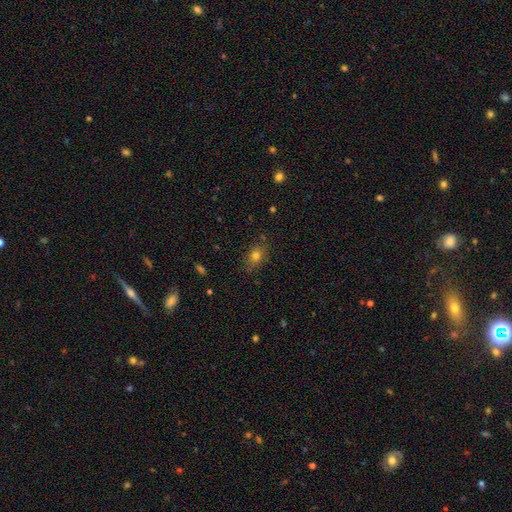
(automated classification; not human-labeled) A smooth galaxy with no disk features (77%) that is in between round and cigar-shaped (61%). Merging: none (81%).